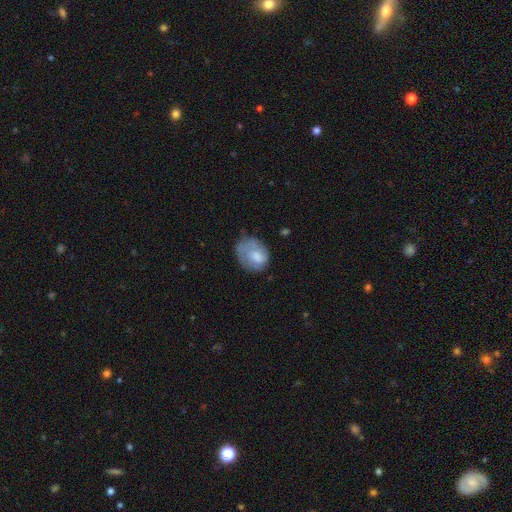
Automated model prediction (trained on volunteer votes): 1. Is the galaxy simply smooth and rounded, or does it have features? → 68% smooth, 25% featured or disk, 8% star or artifact.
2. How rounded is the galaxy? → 56% in between, 43% round, 1% cigar-shaped.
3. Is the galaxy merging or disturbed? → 45% none, 33% minor disturbance, 19% major disturbance, 2% merger.